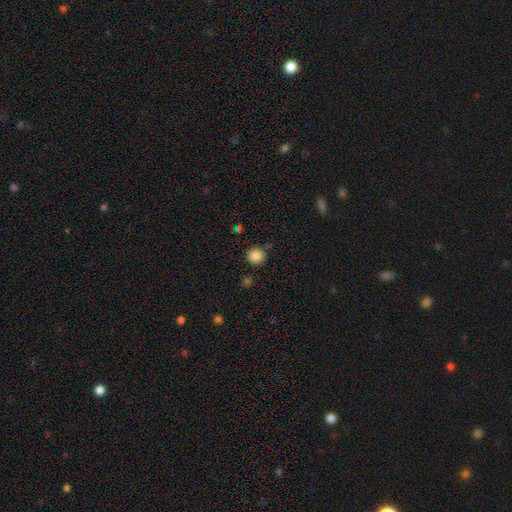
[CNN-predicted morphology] smooth-or-featured: smooth: 86% | star or artifact: 11% | featured or disk: 4%
  how-rounded: round: 93% | in between: 6% | cigar-shaped: 1%
  merging: none: 86% | minor disturbance: 8% | merger: 4% | major disturbance: 2%